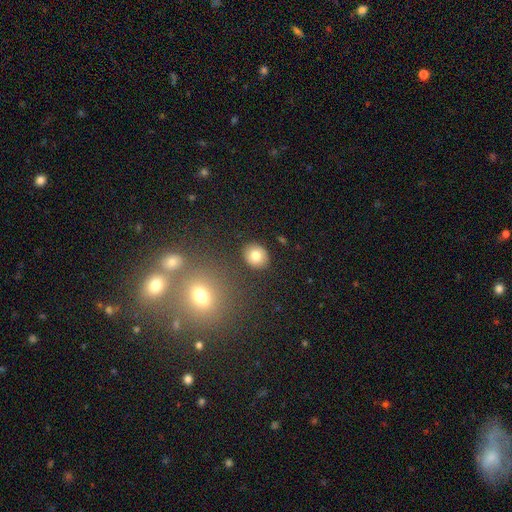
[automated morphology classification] A smooth galaxy with no disk features (79%) that is round (71%). Merging: none (88%).